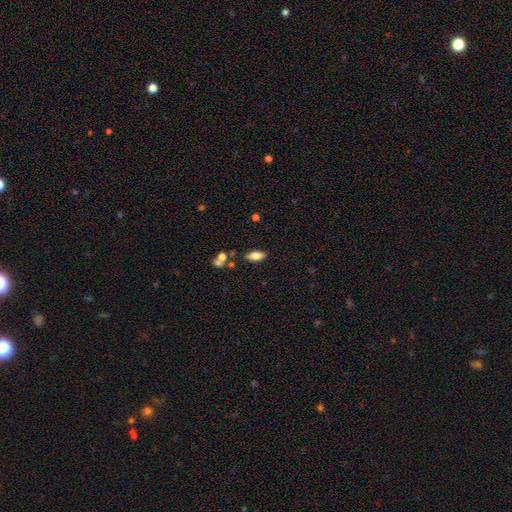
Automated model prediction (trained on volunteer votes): Q: Smooth or featured?
A: smooth (75%); runner-up: featured or disk (17%)
Q: How rounded?
A: in between (81%); runner-up: cigar-shaped (17%)
Q: Merging?
A: none (82%); runner-up: minor disturbance (11%)